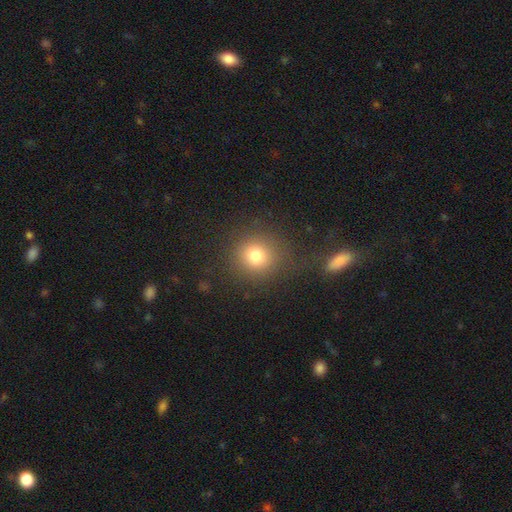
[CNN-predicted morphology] A smooth galaxy with no disk features (77%) that is round (89%).

Vote fractions:
- Smooth or featured? smooth: 77% / star or artifact: 15% / featured or disk: 8%
- How rounded? round: 89% / in between: 10% / cigar-shaped: 1%
- Merging? none: 80% / minor disturbance: 9% / major disturbance: 7% / merger: 4%